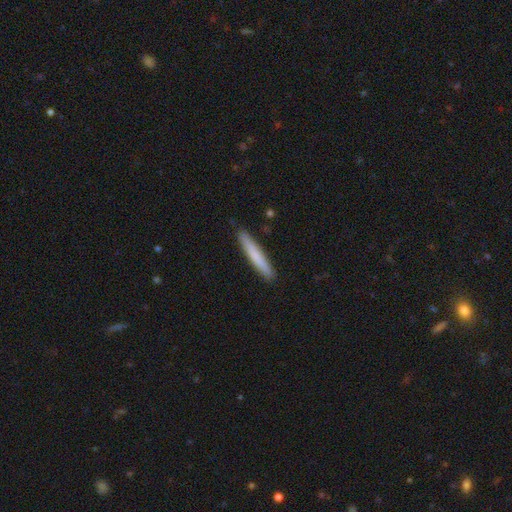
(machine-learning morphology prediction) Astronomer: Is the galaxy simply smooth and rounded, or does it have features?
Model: smooth — 75%.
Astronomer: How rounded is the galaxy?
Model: cigar-shaped — 95%.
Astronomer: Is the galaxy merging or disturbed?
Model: none — 91%.